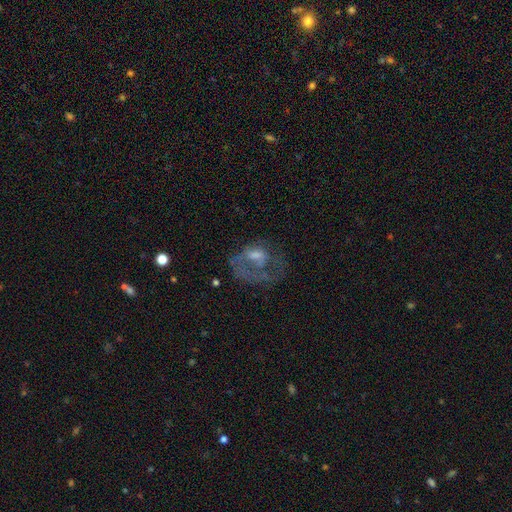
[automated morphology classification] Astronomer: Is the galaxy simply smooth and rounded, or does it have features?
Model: featured or disk — 55% (runner-up: smooth, 32%).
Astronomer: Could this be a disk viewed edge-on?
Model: no — 96%.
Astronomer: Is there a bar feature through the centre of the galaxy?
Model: no — 77%.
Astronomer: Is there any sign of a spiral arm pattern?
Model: no — 66%.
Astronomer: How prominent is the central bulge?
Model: moderate — 43% (runner-up: small, 26%).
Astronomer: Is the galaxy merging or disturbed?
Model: major disturbance — 47% (runner-up: none, 33%).